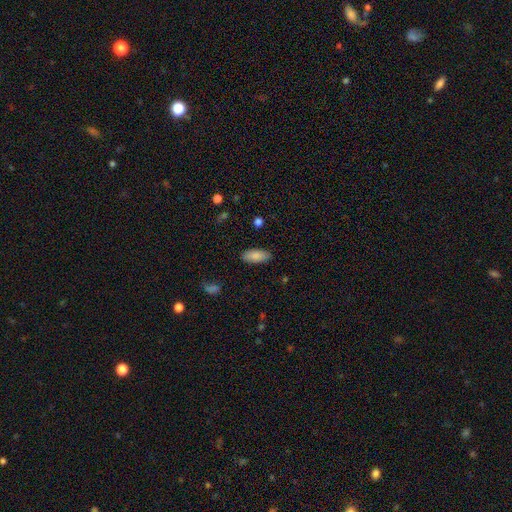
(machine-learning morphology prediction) This appears to be a smooth galaxy with no disk features (86%) that is in between round and cigar-shaped (85%). Merging: none (88%).